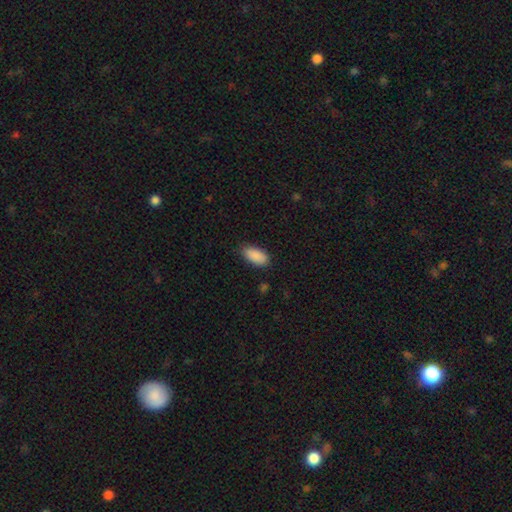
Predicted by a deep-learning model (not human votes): This is clearly a smooth galaxy (90%). How rounded: clearly in between (92%). Merging: clearly none (82%).